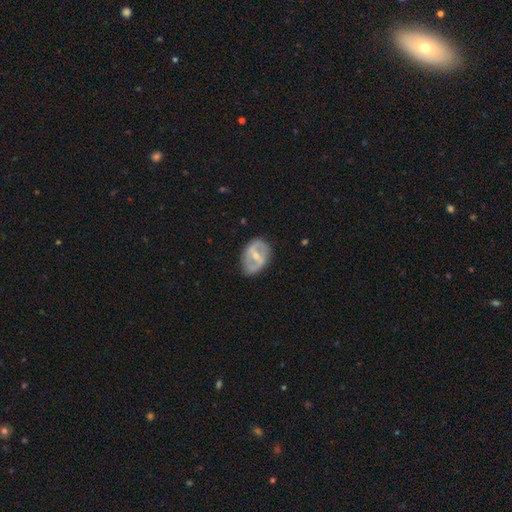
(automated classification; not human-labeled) A featured or disk galaxy (73%) with a strong bar (56%), spiral arms (54%) and a small central bulge (48%). Merging: none (78%).